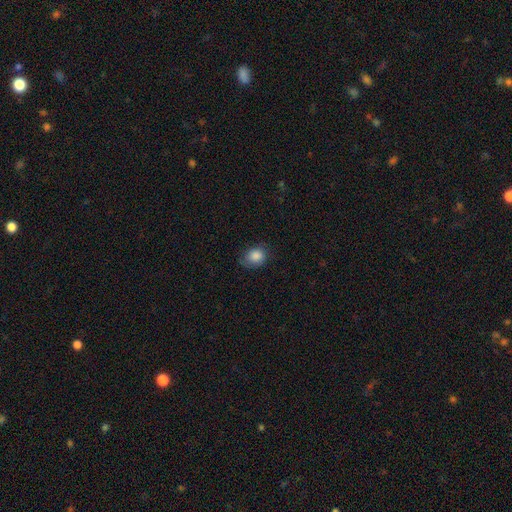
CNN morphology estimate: This is clearly a smooth galaxy (83%). How rounded: possibly round (54%). Merging: likely none (66%).